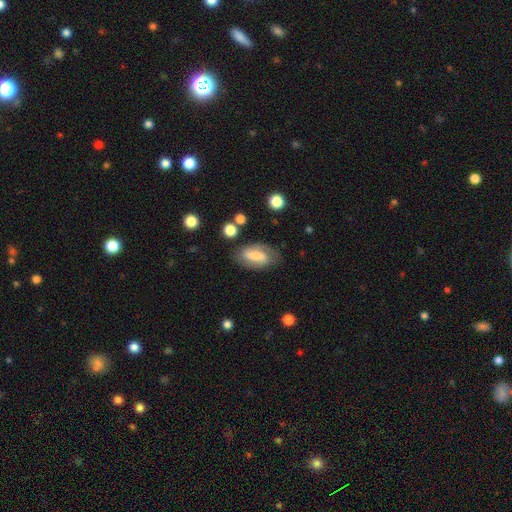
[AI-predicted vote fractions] This appears to be a featured or disk galaxy (46%, tied with smooth). Merging: none (73%).